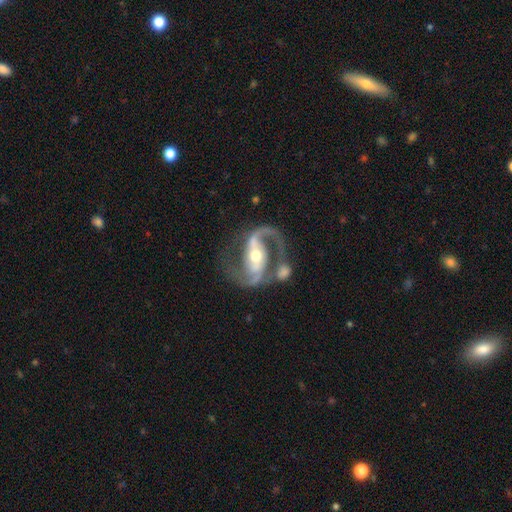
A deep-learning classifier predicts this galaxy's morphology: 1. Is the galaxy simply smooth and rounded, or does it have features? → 92% featured or disk, 4% star or artifact, 3% smooth.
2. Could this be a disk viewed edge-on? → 97% no, 3% yes.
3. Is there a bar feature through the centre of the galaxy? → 47% strong, 31% weak, 21% no.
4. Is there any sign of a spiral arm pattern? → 98% yes, 2% no.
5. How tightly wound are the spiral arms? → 60% medium, 26% loose, 14% tight.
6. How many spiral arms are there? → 92% 2, 3% 1, 2% can't tell, 2% 3, 1% 4, 1% more than 4.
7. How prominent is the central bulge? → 67% moderate, 26% small, 6% large, 1% none, 1% dominant.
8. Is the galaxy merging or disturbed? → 55% none, 18% merger, 15% minor disturbance, 12% major disturbance.